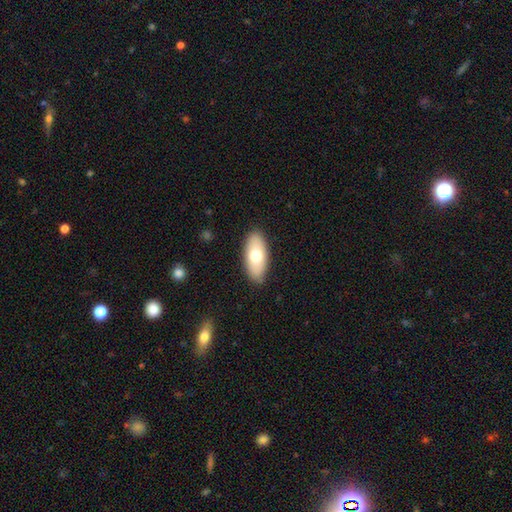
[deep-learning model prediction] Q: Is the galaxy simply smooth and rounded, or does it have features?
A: smooth — 70%.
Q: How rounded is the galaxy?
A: in between — 90%.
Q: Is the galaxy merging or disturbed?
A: none — 87%.